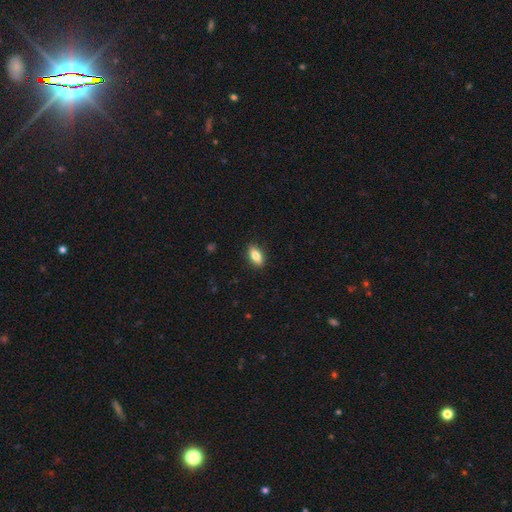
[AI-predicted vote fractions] This appears to be a smooth galaxy with no disk features (77%) that is in between round and cigar-shaped (83%). Merging: none (89%).